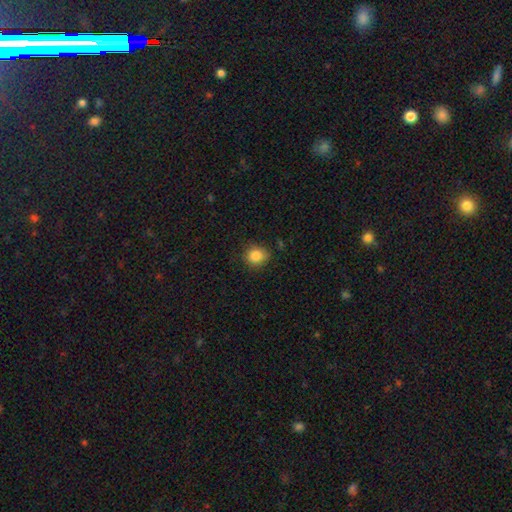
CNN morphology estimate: smooth 85%, star or artifact 10%, featured or disk 5%. Down the decision tree: how rounded — round (81%); merging — none (80%).